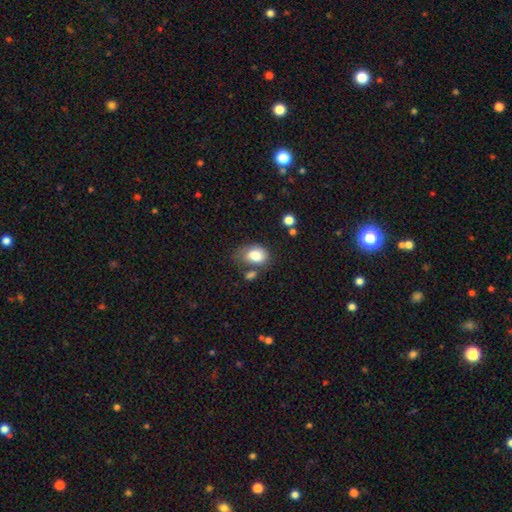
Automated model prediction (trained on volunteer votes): Smooth or featured? Predicted: smooth (p=0.80). How rounded? Predicted: in between (p=0.67). Merging? Predicted: none (p=0.39).